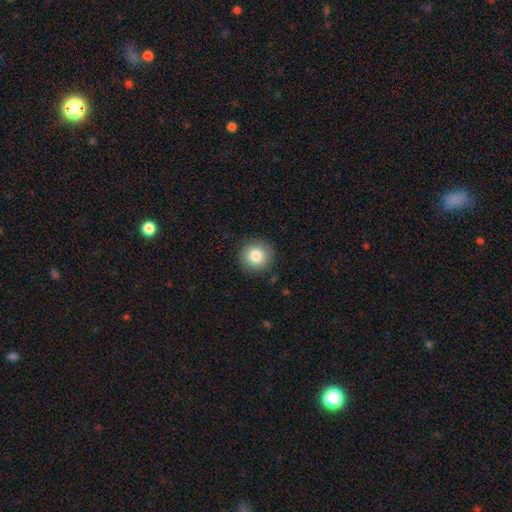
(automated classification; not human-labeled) smooth_or_featured: smooth (p=0.83) [alt: star or artifact p=0.10]
how_rounded: round (p=0.94) [alt: in between p=0.05]
merging: none (p=0.90) [alt: minor disturbance p=0.07]